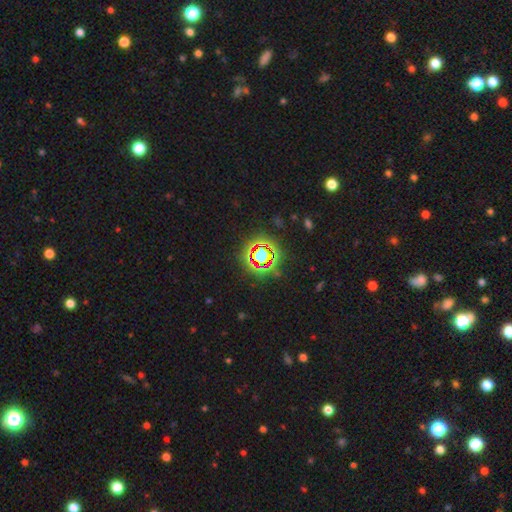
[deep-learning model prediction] Morphology: type=star or artifact (73%).